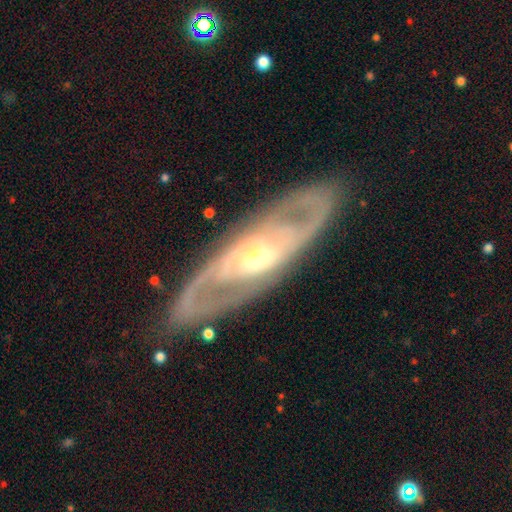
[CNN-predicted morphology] Smooth or featured? Predicted: featured or disk (p=0.85). Edge-on disk? Predicted: no (p=0.82). Bar? Predicted: no (p=0.56). Spiral arms? Predicted: yes (p=0.81). Spiral winding? Predicted: tight (p=0.45). Spiral arm count? Predicted: 2 (p=0.66). Bulge size? Predicted: moderate (p=0.53). Merging? Predicted: none (p=0.82).